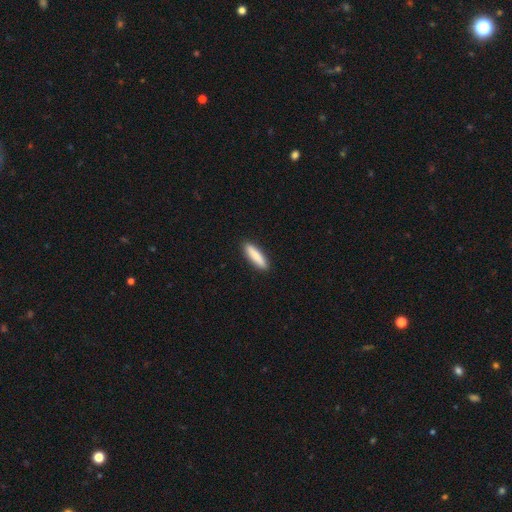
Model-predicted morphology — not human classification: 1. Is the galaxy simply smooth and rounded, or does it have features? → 85% smooth, 10% featured or disk, 5% star or artifact.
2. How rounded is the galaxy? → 76% cigar-shaped, 22% in between, 1% round.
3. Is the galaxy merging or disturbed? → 91% none, 6% minor disturbance, 1% major disturbance, 1% merger.